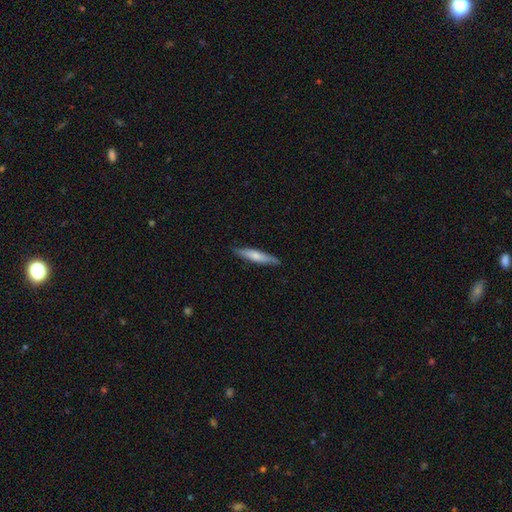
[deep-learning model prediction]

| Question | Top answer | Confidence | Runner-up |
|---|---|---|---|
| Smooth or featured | smooth | 64% | featured or disk (31%) |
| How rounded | cigar-shaped | 87% | in between (12%) |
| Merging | none | 86% | minor disturbance (11%) |